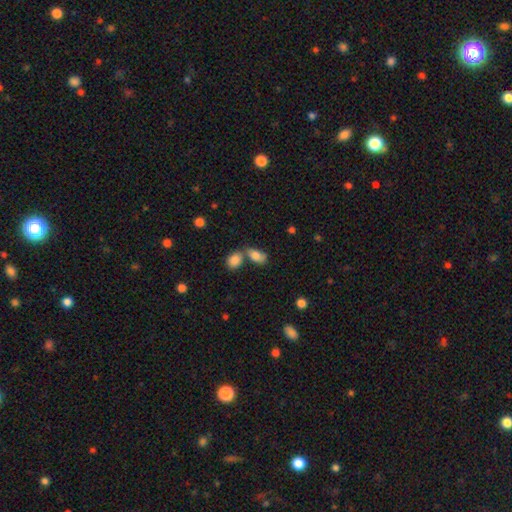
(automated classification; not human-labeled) Smooth or featured: smooth — 79% (featured or disk — 12%)
How rounded: in between — 88% (round — 9%)
Merging: none — 41% (merger — 40%)